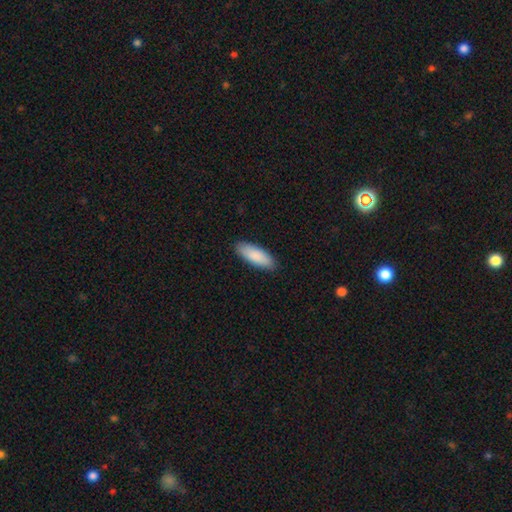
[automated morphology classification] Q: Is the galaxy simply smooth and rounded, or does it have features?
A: smooth — 89%.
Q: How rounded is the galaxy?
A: in between — 71%.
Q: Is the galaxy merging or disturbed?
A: none — 89%.